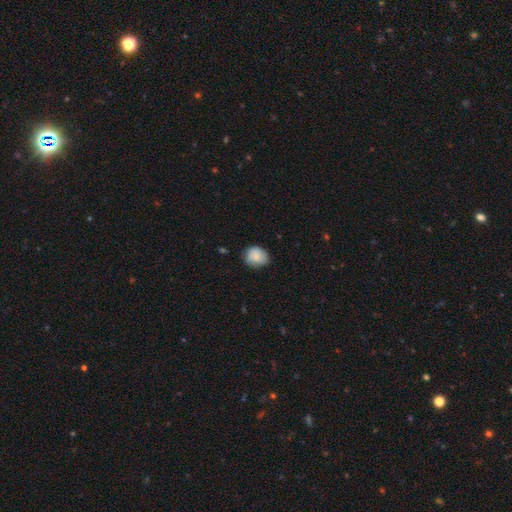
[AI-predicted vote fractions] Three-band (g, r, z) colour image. It shows a smooth galaxy with no disk features (82%) that is round (59%). Merging: none (66%).